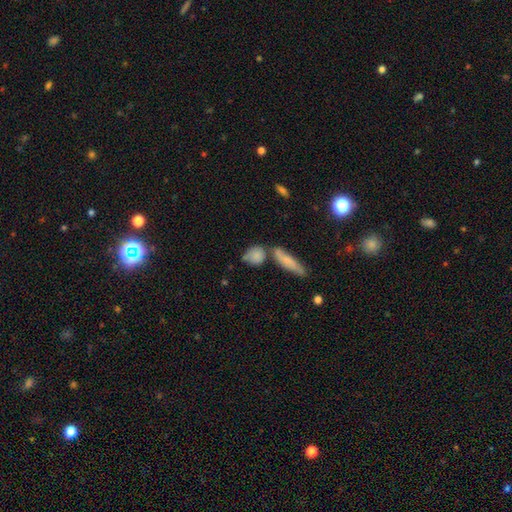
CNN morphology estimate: A smooth galaxy with no disk features (79%) that is round (49%).

Vote fractions:
- Smooth or featured? smooth: 79% / featured or disk: 13% / star or artifact: 8%
- How rounded? round: 49% / in between: 40% / cigar-shaped: 11%
- Merging? none: 47% / merger: 31% / minor disturbance: 16% / major disturbance: 6%